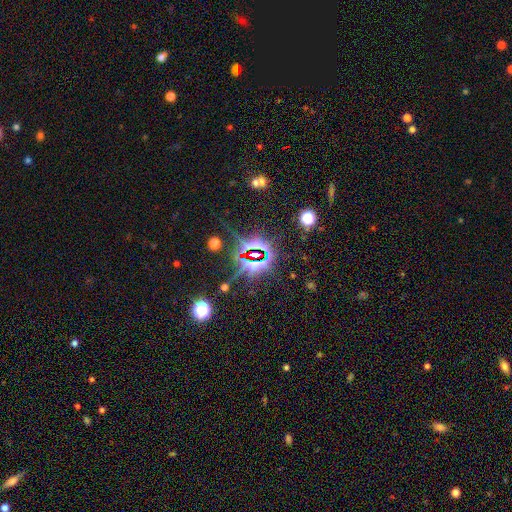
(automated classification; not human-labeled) Q: Smooth or featured?
A: star or artifact (81%); runner-up: featured or disk (10%)